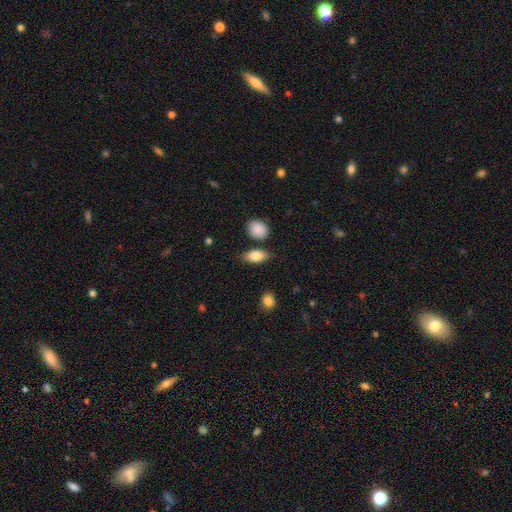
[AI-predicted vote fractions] smooth-or-featured: smooth: 82% | featured or disk: 11% | star or artifact: 7%
  how-rounded: in between: 85% | round: 8% | cigar-shaped: 7%
  merging: none: 77% | minor disturbance: 13% | merger: 6% | major disturbance: 3%